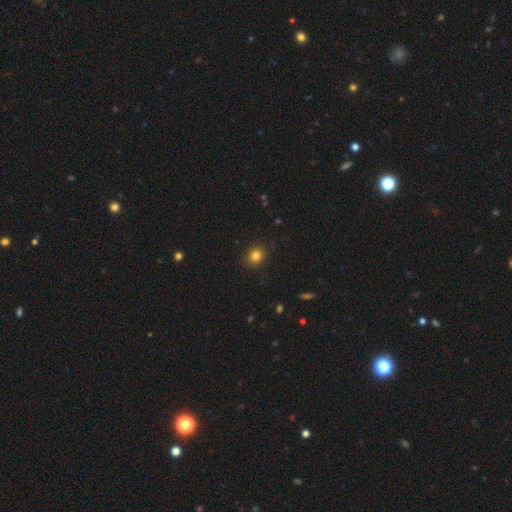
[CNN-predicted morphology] Q: Smooth or featured?
A: smooth (82%); runner-up: star or artifact (13%)
Q: How rounded?
A: round (78%); runner-up: in between (21%)
Q: Merging?
A: none (88%); runner-up: minor disturbance (9%)